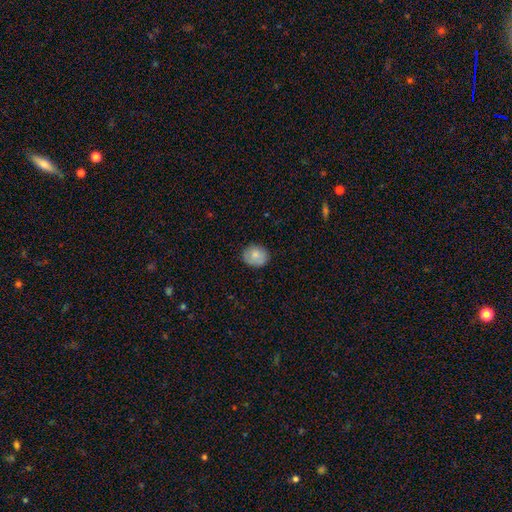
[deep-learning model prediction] This appears to be a smooth galaxy with no disk features (78%) that is round (62%). Merging: none (81%).